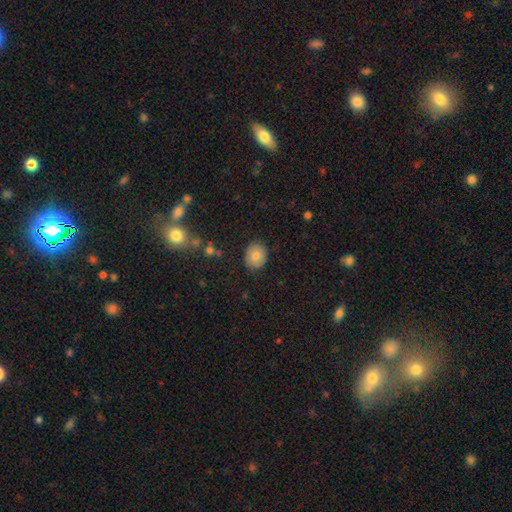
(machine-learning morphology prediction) smooth_or_featured: smooth (p=0.80) [alt: featured or disk p=0.11]
how_rounded: round (p=0.63) [alt: in between p=0.36]
merging: none (p=0.87) [alt: minor disturbance p=0.09]